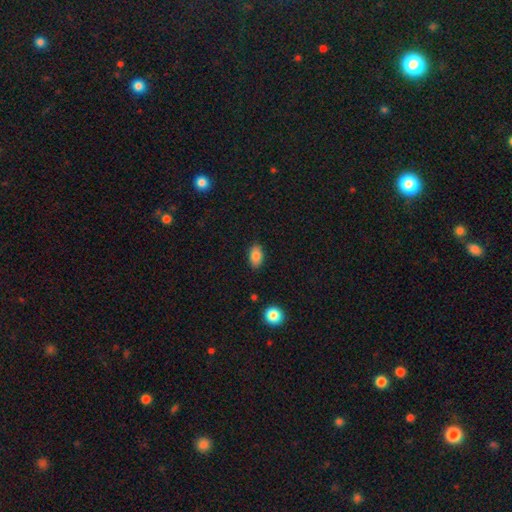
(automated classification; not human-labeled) Smooth or featured: smooth — 85% (star or artifact — 8%)
How rounded: in between — 90% (round — 8%)
Merging: none — 86% (minor disturbance — 10%)